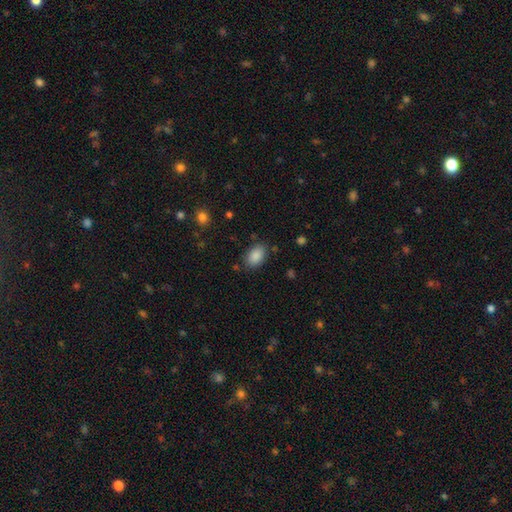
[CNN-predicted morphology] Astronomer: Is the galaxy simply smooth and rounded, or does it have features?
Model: smooth — 88%.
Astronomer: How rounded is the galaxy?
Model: in between — 89%.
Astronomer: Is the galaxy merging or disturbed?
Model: none — 82%.